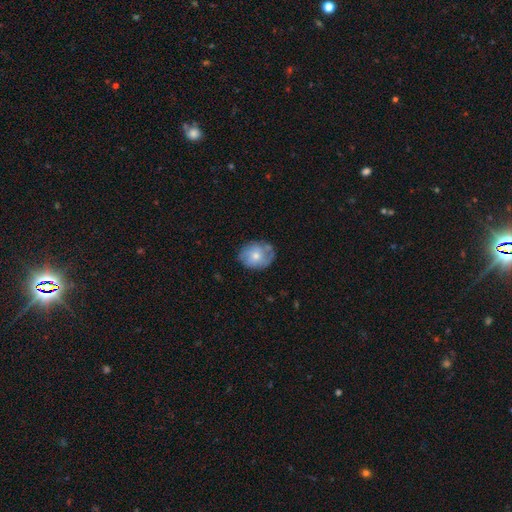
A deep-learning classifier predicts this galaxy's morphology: type=smooth (56%); roundness=round (58%); merging=none (63%).